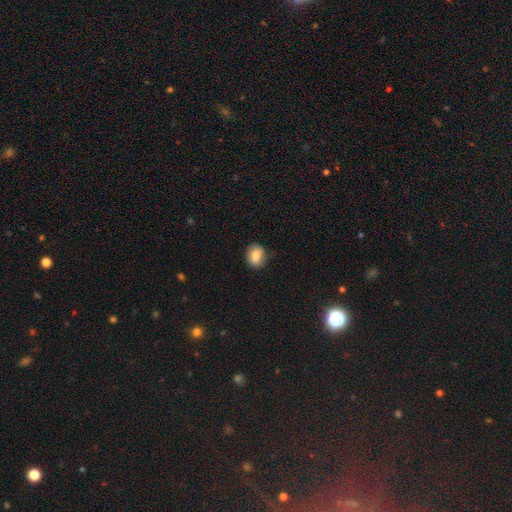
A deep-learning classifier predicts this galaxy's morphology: Smooth or featured: smooth — 83% (featured or disk — 9%)
How rounded: in between — 58% (round — 41%)
Merging: none — 74% (minor disturbance — 20%)